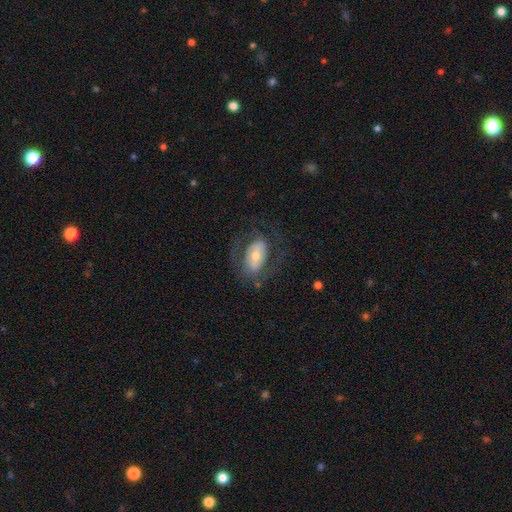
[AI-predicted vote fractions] Smooth or featured? featured or disk (52%)
Edge-on disk? no (92%)
Merging? none (63%)